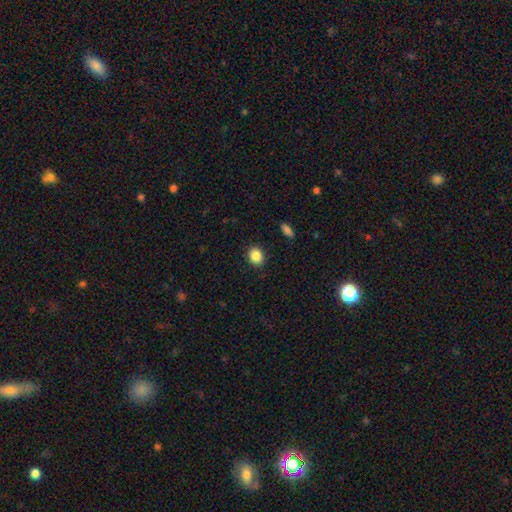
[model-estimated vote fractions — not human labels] Overall: smooth (86%). How rounded: round (61%; in between 38%). Merging: none (89%).